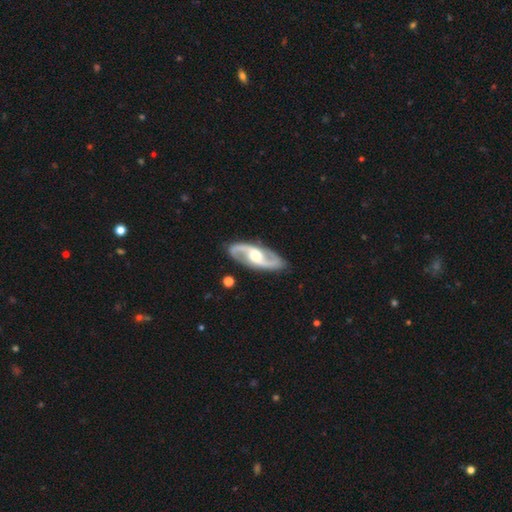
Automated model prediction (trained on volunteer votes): Morphology: type=featured or disk (90%); edge-on=no (94%); bar=weak (44%); spiral arms=yes (97%); winding=medium (52%); arm count=2 (94%); bulge=moderate (65%); merging=none (87%).